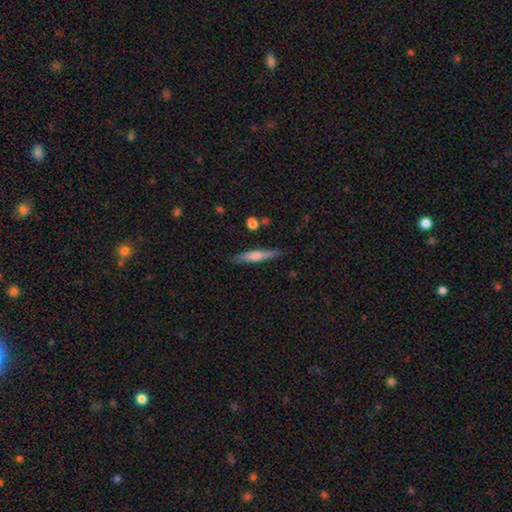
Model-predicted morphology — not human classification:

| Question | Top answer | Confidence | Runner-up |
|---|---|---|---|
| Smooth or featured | featured or disk | 51% | smooth (42%) |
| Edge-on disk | yes | 95% | no (5%) |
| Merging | none | 87% | minor disturbance (9%) |